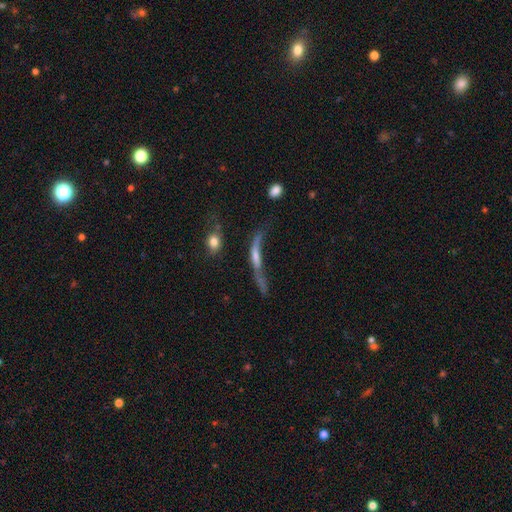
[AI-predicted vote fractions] smooth_or_featured: featured or disk (p=0.52) [alt: smooth p=0.35]
disk_edge_on: yes (p=0.51) [alt: no p=0.49]
merging: major disturbance (p=0.40) [alt: none p=0.25]